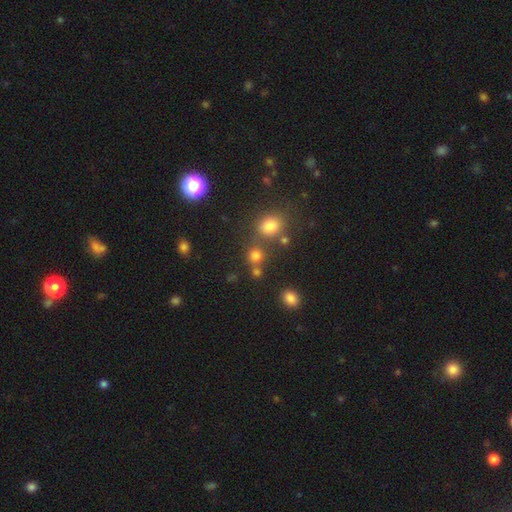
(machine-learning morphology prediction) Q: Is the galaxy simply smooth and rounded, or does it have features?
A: smooth — 76%.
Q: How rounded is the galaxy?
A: round — 85%.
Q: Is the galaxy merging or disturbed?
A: none — 66%.